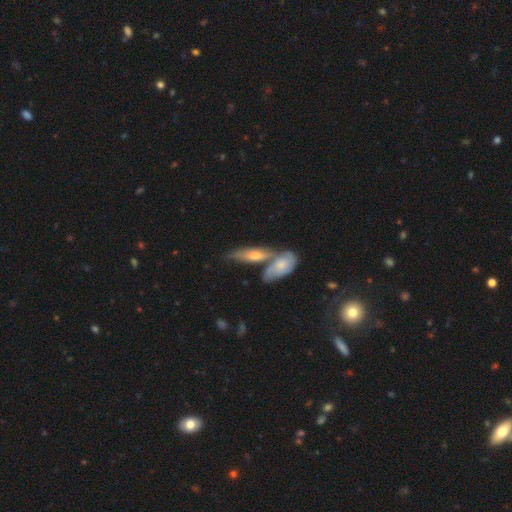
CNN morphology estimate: This is possibly a featured or disk galaxy (55%). It is likely viewed edge-on (60%). Merging: marginally merger (45%).